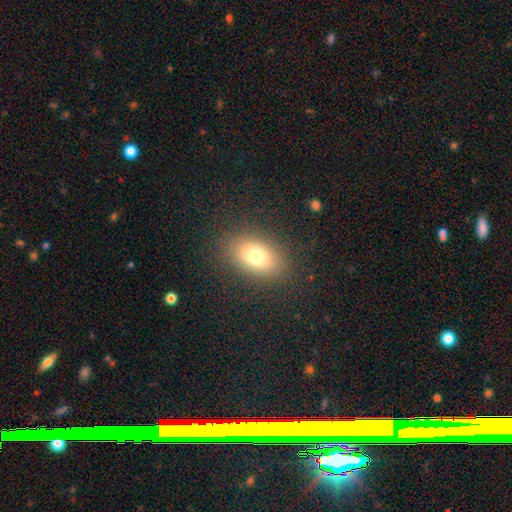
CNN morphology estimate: Smooth or featured: smooth — 76% (featured or disk — 13%)
How rounded: in between — 83% (round — 15%)
Merging: none — 85% (minor disturbance — 9%)